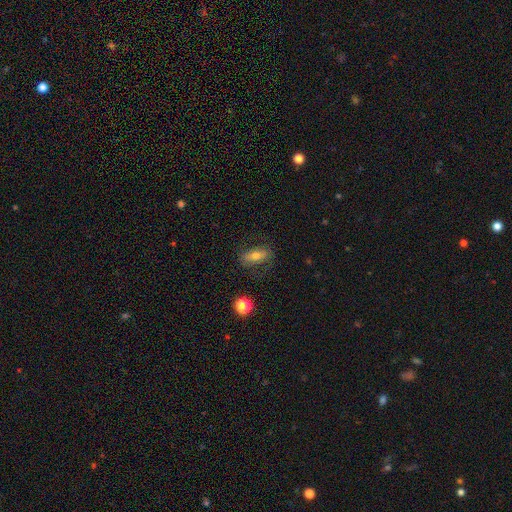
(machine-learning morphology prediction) Overall: smooth (61%; featured or disk 30%). How rounded: in between (78%). Merging: none (73%).